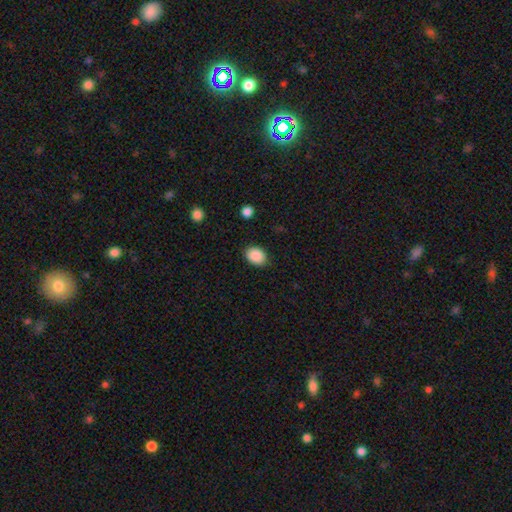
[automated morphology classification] Q: Smooth or featured?
A: smooth (89%); runner-up: star or artifact (8%)
Q: How rounded?
A: in between (68%); runner-up: round (31%)
Q: Merging?
A: none (85%); runner-up: minor disturbance (11%)